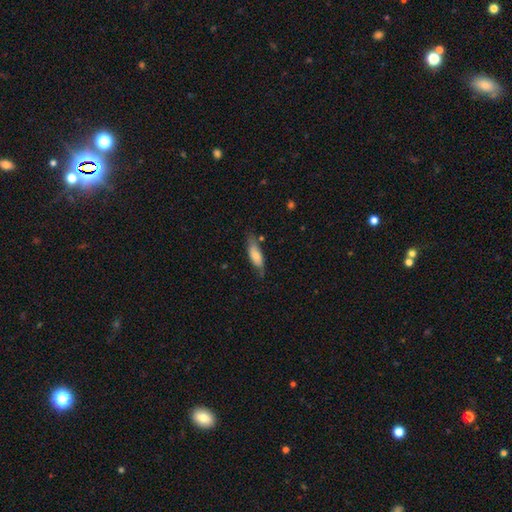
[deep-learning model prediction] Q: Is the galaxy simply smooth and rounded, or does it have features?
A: smooth — 70%.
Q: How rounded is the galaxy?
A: in between — 63%.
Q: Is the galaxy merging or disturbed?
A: none — 61%.